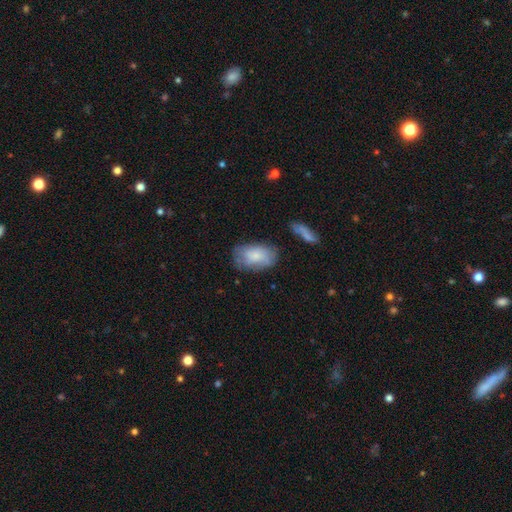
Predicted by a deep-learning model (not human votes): Overall: smooth (72%). How rounded: in between (91%). Merging: none (60%; minor disturbance 26%).